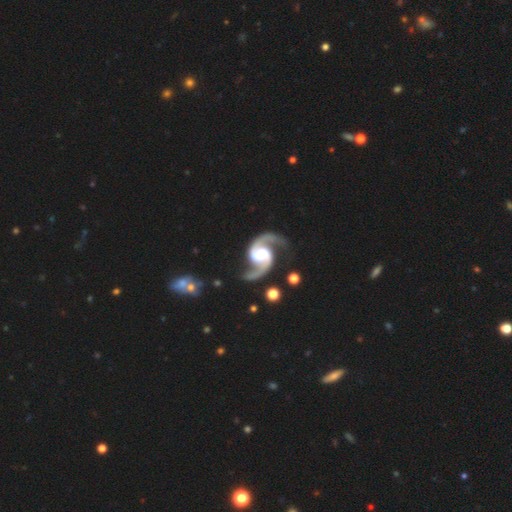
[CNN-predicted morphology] Q: Smooth or featured?
A: featured or disk (94%); runner-up: star or artifact (3%)
Q: Edge-on disk?
A: no (98%); runner-up: yes (2%)
Q: Bar?
A: weak (44%); runner-up: no (34%)
Q: Spiral arms?
A: yes (99%); runner-up: no (1%)
Q: Spiral winding?
A: medium (56%); runner-up: loose (33%)
Q: Spiral arm count?
A: 2 (95%); runner-up: can't tell (1%)
Q: Bulge size?
A: moderate (42%); runner-up: small (30%)
Q: Merging?
A: none (76%); runner-up: minor disturbance (14%)